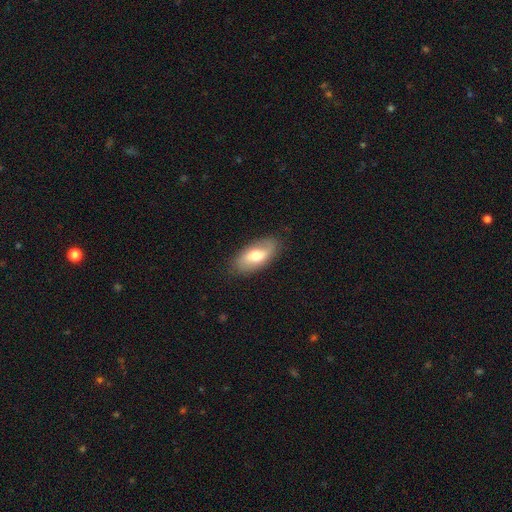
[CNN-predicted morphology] Smooth or featured? Predicted: smooth (p=0.53). How rounded? Predicted: in between (p=0.91). Merging? Predicted: none (p=0.82).